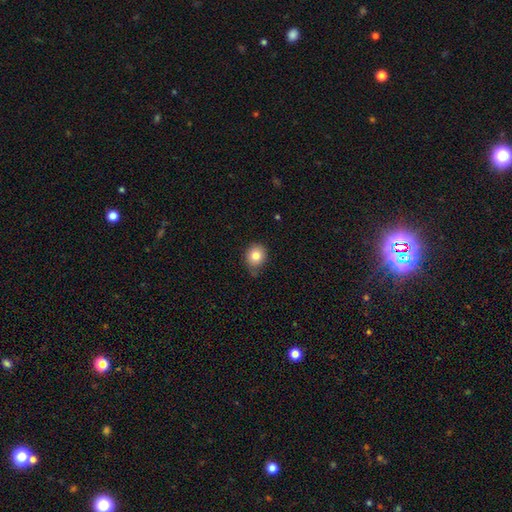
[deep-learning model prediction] Smooth or featured: smooth — 80% (star or artifact — 11%)
How rounded: round — 73% (in between — 26%)
Merging: none — 73% (minor disturbance — 20%)